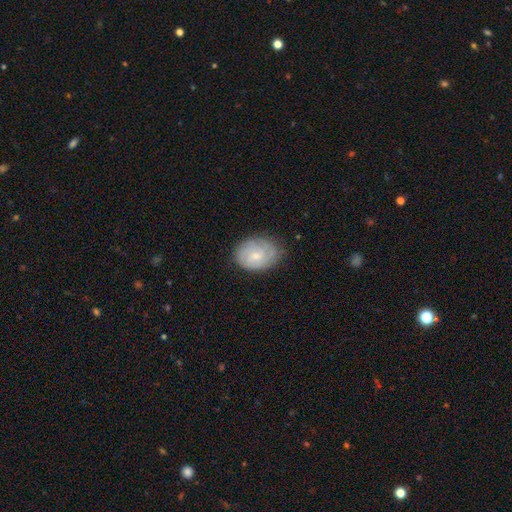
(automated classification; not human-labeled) A smooth galaxy with no disk features (51%) that is in between round and cigar-shaped (68%).

Vote fractions:
- Smooth or featured? smooth: 51% / featured or disk: 43% / star or artifact: 7%
- How rounded? in between: 68% / round: 31% / cigar-shaped: 1%
- Merging? none: 74% / minor disturbance: 20% / major disturbance: 5% / merger: 1%